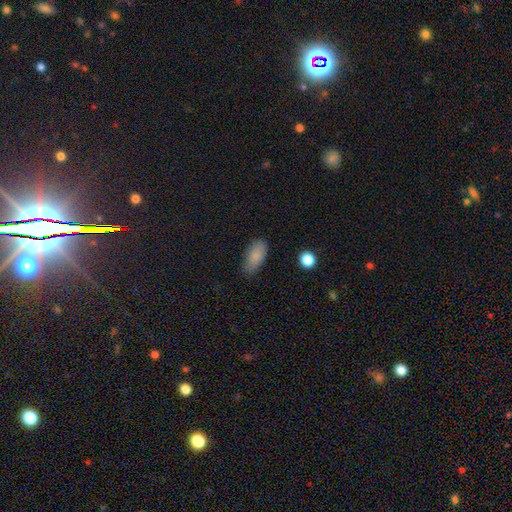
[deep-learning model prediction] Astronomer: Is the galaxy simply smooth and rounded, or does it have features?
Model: smooth — 84%.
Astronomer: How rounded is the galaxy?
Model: in between — 91%.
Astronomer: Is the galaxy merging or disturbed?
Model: none — 77%.